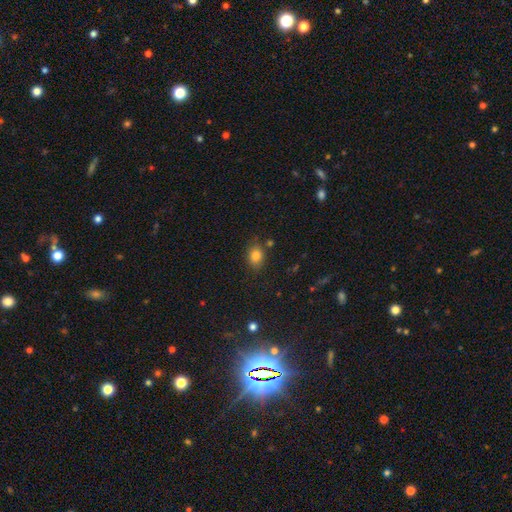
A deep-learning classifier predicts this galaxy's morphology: Smooth or featured? smooth (81%)
How rounded? in between (63%)
Merging? none (77%)